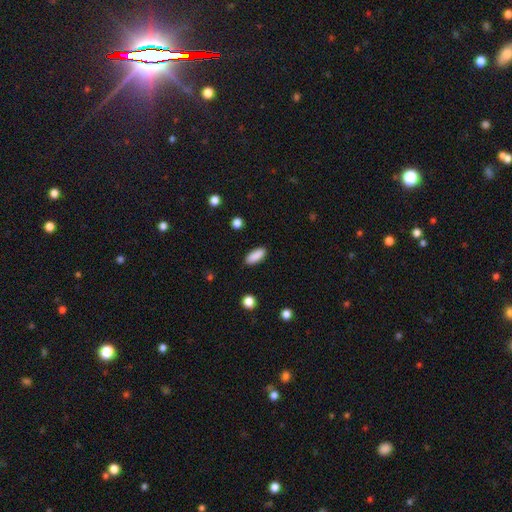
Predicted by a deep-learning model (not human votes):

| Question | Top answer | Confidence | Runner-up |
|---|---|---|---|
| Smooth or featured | smooth | 89% | star or artifact (7%) |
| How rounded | in between | 77% | cigar-shaped (21%) |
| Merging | none | 88% | minor disturbance (8%) |